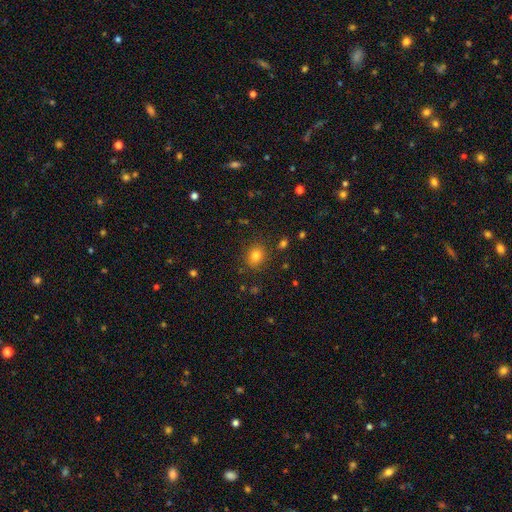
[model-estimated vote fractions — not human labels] Smooth or featured: smooth — 80% (star or artifact — 14%)
How rounded: round — 61% (in between — 38%)
Merging: none — 84% (minor disturbance — 10%)